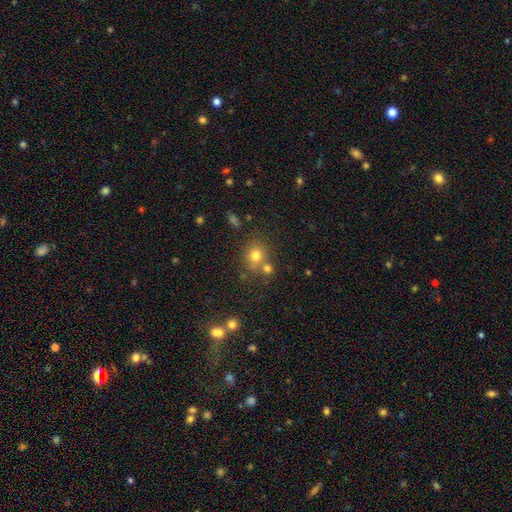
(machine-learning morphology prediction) smooth 74%, star or artifact 14%, featured or disk 11%. Down the decision tree: how rounded — round (77%); merging — none (61%).